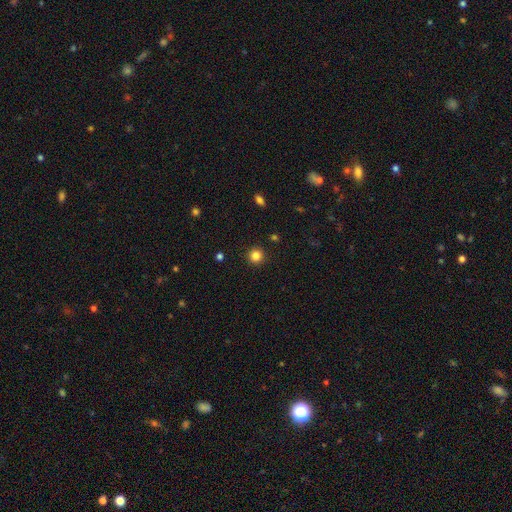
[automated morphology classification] Smooth or featured?
  - smooth: 83% *
  - star or artifact: 12%
  - featured or disk: 4%
How rounded?
  - round: 95% *
  - in between: 4%
  - cigar-shaped: 1%
Merging?
  - none: 92% *
  - minor disturbance: 5%
  - major disturbance: 2%
  - merger: 1%